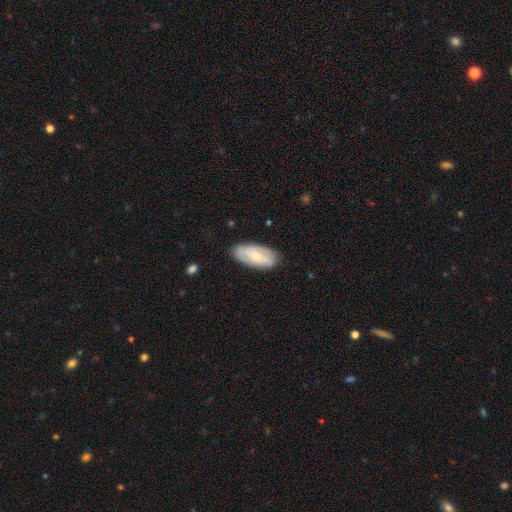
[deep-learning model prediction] smooth-or-featured: smooth: 47% (tied) | featured or disk: 47% (tied) | star or artifact: 6%
  merging: none: 80% | minor disturbance: 16% | major disturbance: 3% | merger: 1%